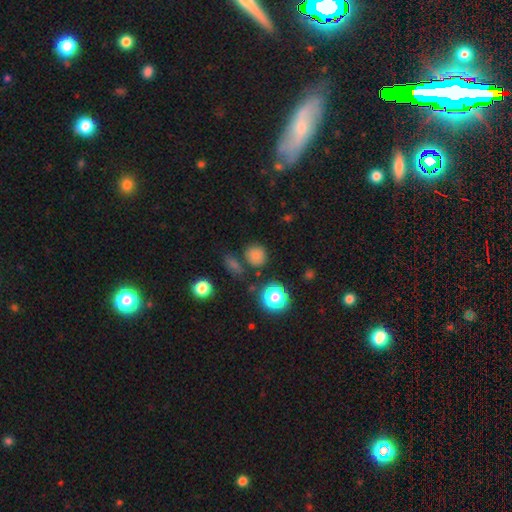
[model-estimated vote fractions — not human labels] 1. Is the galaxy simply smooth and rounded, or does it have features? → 75% smooth, 19% star or artifact, 6% featured or disk.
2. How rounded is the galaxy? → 89% round, 10% in between, 1% cigar-shaped.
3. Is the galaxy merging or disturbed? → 77% none, 11% minor disturbance, 7% merger, 4% major disturbance.